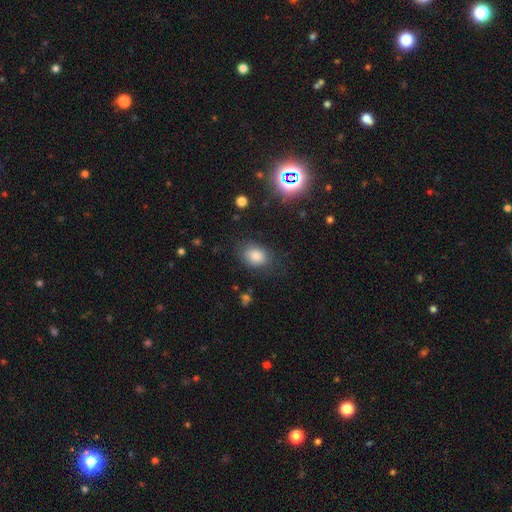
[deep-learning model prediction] Q: Smooth or featured?
A: smooth (81%); runner-up: star or artifact (11%)
Q: How rounded?
A: in between (70%); runner-up: round (29%)
Q: Merging?
A: none (77%); runner-up: minor disturbance (16%)